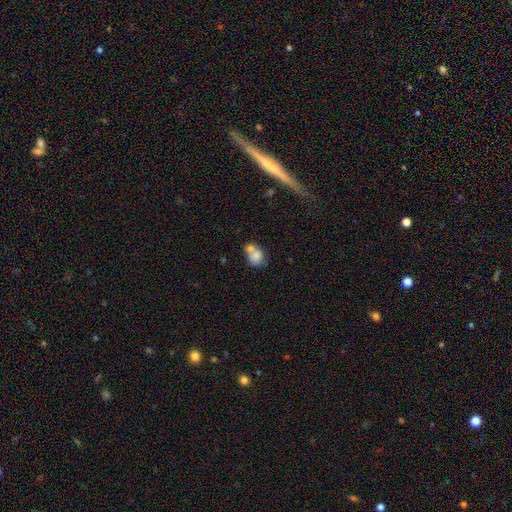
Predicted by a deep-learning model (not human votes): smooth_or_featured: smooth (p=0.76) [alt: featured or disk p=0.14]
how_rounded: round (p=0.56) [alt: in between p=0.43]
merging: merger (p=0.55) [alt: none p=0.29]